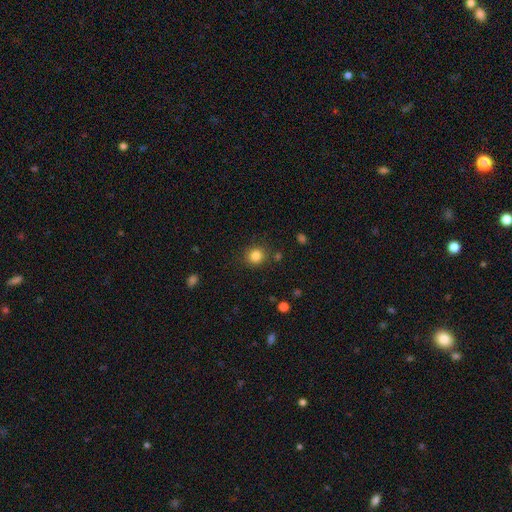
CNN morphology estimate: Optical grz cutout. It shows a smooth galaxy with no disk features (84%) that is round (87%). Merging: none (85%).